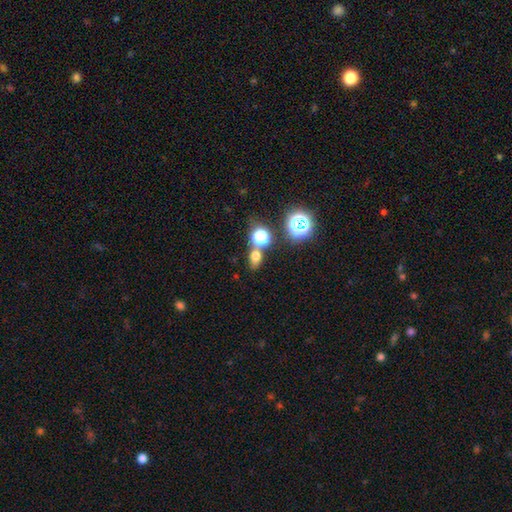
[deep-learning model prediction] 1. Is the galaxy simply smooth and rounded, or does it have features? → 66% smooth, 25% star or artifact, 9% featured or disk.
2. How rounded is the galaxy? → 58% in between, 40% round, 2% cigar-shaped.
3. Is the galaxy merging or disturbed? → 62% none, 23% merger, 11% minor disturbance, 4% major disturbance.